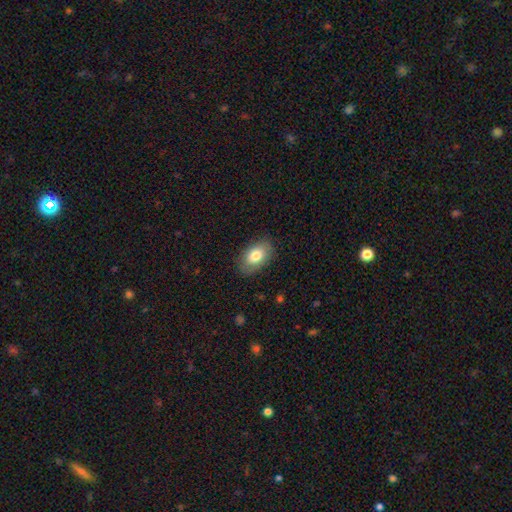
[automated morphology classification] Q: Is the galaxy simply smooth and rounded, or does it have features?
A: smooth — 79%.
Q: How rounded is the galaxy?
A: in between — 89%.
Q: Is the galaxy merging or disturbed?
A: none — 84%.